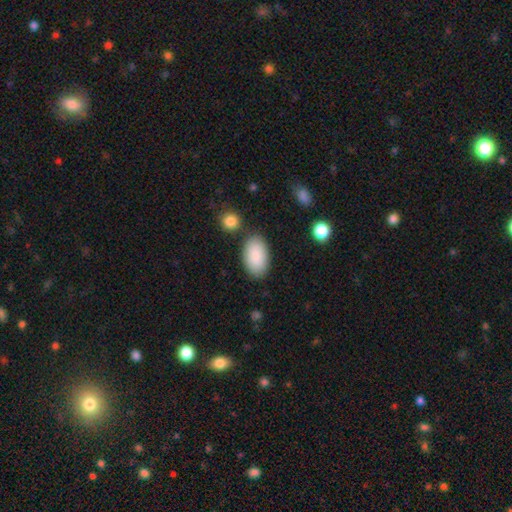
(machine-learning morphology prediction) Smooth or featured? smooth (89%)
How rounded? in between (95%)
Merging? none (80%)